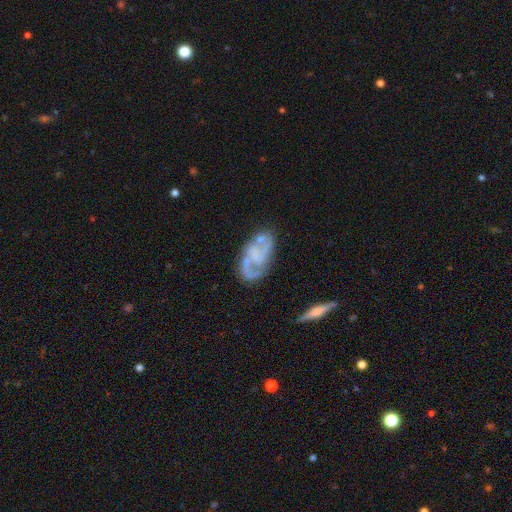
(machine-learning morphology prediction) This appears to be a featured or disk galaxy (77%) with no bar (57%), 2 (60%) medium (44%) spiral arms (85%) and no central bulge (61%). Merging: none (55%).